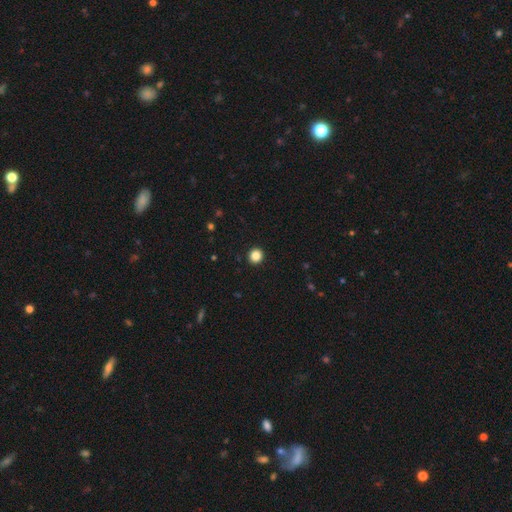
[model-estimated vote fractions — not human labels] Smooth or featured?
  - smooth: 85% *
  - star or artifact: 11%
  - featured or disk: 3%
How rounded?
  - round: 94% *
  - in between: 6%
  - cigar-shaped: 1%
Merging?
  - none: 94% *
  - minor disturbance: 4%
  - major disturbance: 1%
  - merger: 1%